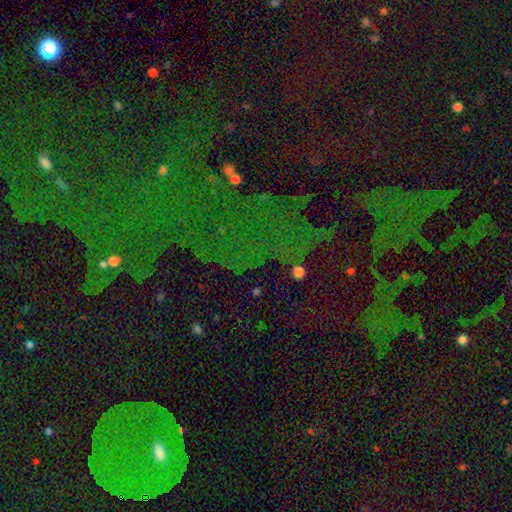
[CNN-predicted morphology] Smooth or featured: star or artifact — 76% (smooth — 13%)